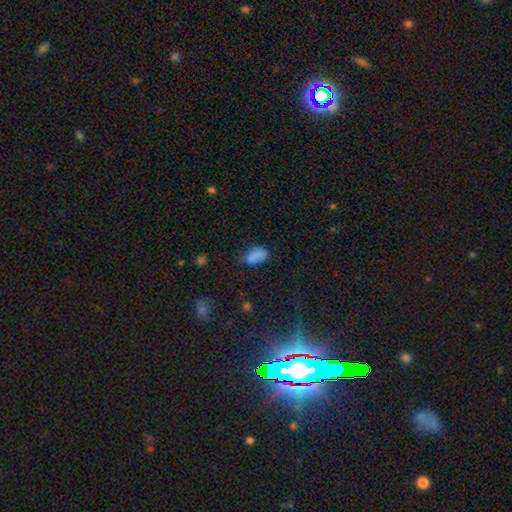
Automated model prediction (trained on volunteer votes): smooth-or-featured: smooth: 78% | star or artifact: 13% | featured or disk: 9%
  how-rounded: in between: 91% | round: 5% | cigar-shaped: 3%
  merging: none: 55% | minor disturbance: 30% | major disturbance: 10% | merger: 5%